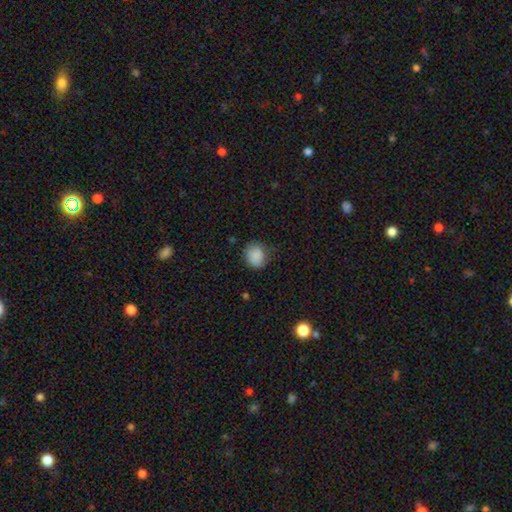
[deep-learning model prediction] The model was most divided on "how rounded": round: 73%, in between: 26%, cigar-shaped: 1%. More confident: smooth or featured — smooth (87%); merging — none (72%).